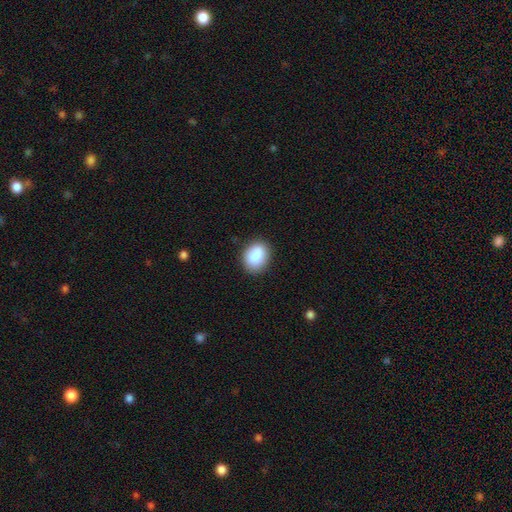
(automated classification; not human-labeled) Q: Smooth or featured?
A: smooth (87%); runner-up: star or artifact (8%)
Q: How rounded?
A: in between (65%); runner-up: round (34%)
Q: Merging?
A: none (82%); runner-up: minor disturbance (13%)